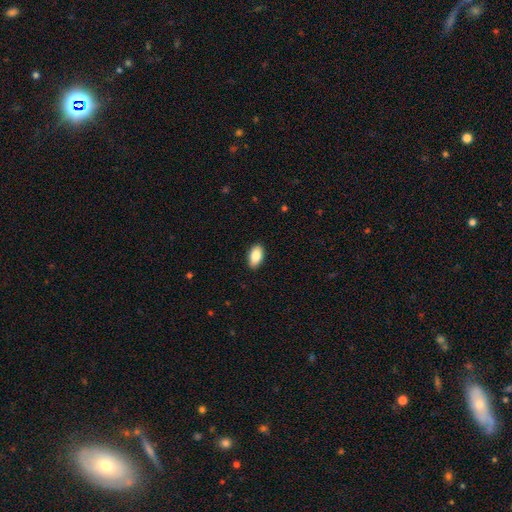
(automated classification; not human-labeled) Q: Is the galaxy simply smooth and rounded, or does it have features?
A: smooth — 86%.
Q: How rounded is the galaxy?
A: in between — 94%.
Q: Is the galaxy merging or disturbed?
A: none — 89%.